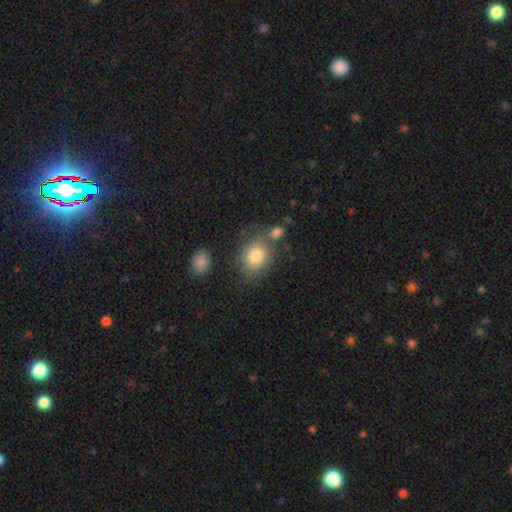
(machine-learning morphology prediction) Smooth or featured?
  - smooth: 81% *
  - featured or disk: 10%
  - star or artifact: 9%
How rounded?
  - round: 57% *
  - in between: 42%
  - cigar-shaped: 1%
Merging?
  - none: 66% *
  - minor disturbance: 15%
  - merger: 14%
  - major disturbance: 6%